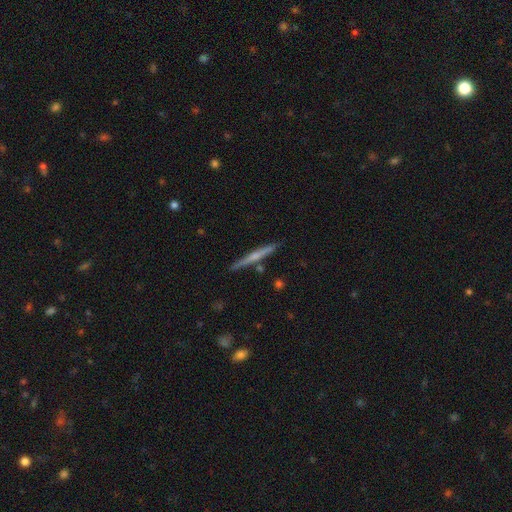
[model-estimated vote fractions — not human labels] Morphology: type=featured or disk (58%); edge-on=yes (98%); edge-on bulge=none (48%); merging=none (87%).